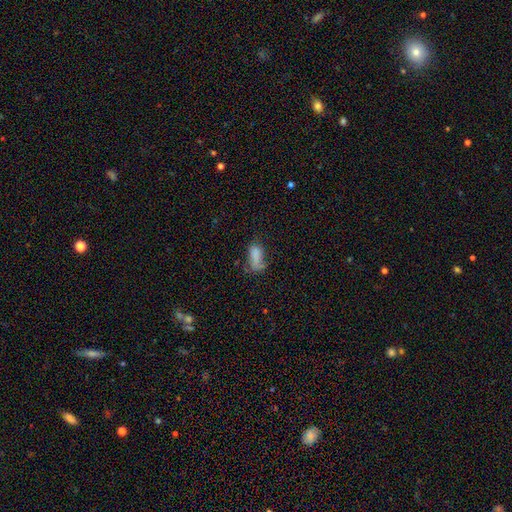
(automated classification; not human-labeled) A smooth galaxy with no disk features (74%) that is in between round and cigar-shaped (87%).

Vote fractions:
- Smooth or featured? smooth: 74% / featured or disk: 15% / star or artifact: 11%
- How rounded? in between: 87% / cigar-shaped: 9% / round: 4%
- Merging? none: 33% / major disturbance: 31% / minor disturbance: 28% / merger: 8%